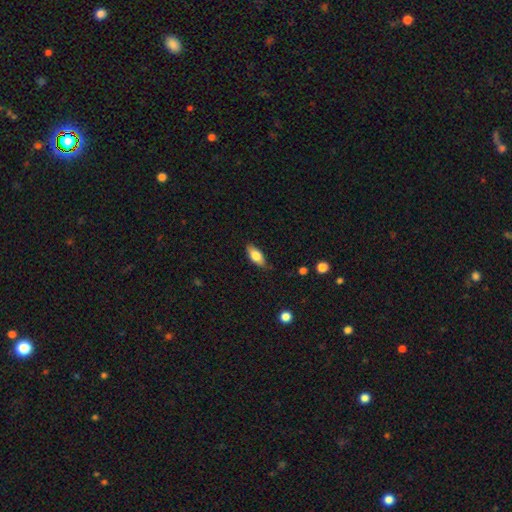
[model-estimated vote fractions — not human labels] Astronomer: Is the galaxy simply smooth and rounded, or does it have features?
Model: smooth — 74%.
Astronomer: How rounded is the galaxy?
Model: in between — 84%.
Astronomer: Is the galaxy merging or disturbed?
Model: none — 82%.